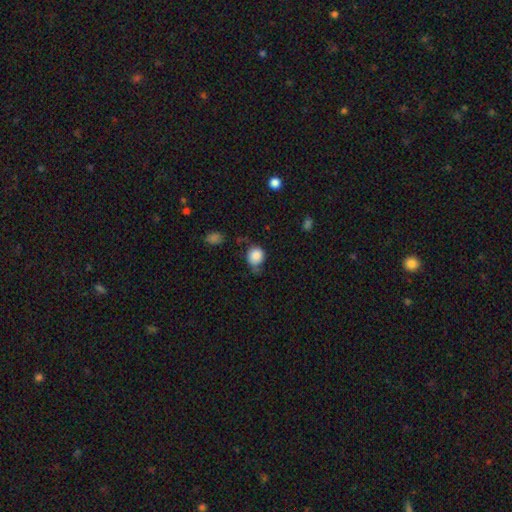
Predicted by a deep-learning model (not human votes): A smooth galaxy with no disk features (85%) that is round (80%).

Vote fractions:
- Smooth or featured? smooth: 85% / star or artifact: 9% / featured or disk: 7%
- How rounded? round: 80% / in between: 19% / cigar-shaped: 1%
- Merging? none: 52% / minor disturbance: 32% / major disturbance: 11% / merger: 5%